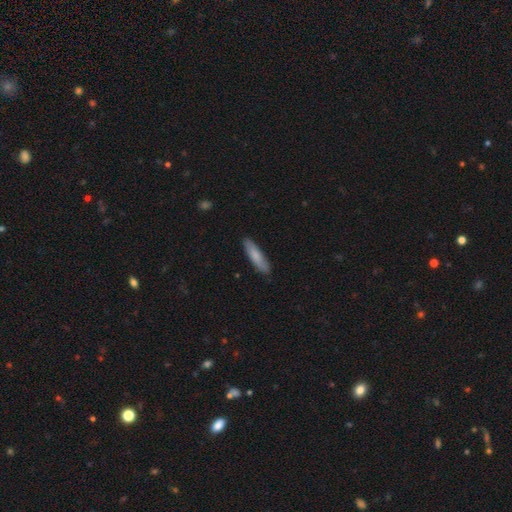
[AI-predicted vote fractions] Smooth or featured: smooth — 79% (featured or disk — 16%)
How rounded: cigar-shaped — 77% (in between — 22%)
Merging: none — 88% (minor disturbance — 9%)